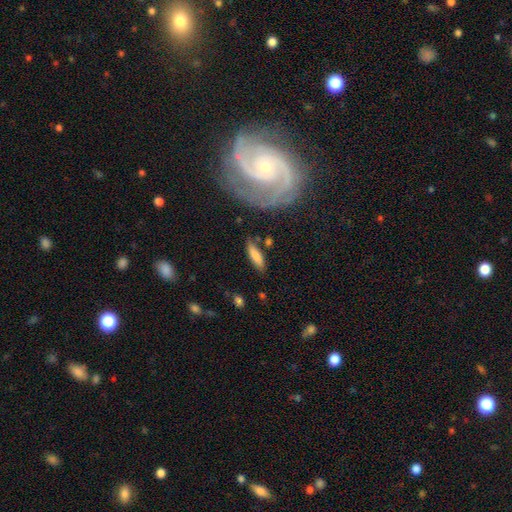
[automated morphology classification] smooth-or-featured: smooth: 81% | featured or disk: 13% | star or artifact: 6%
  how-rounded: cigar-shaped: 58% | in between: 41% | round: 2%
  merging: none: 77% | minor disturbance: 14% | merger: 5% | major disturbance: 4%